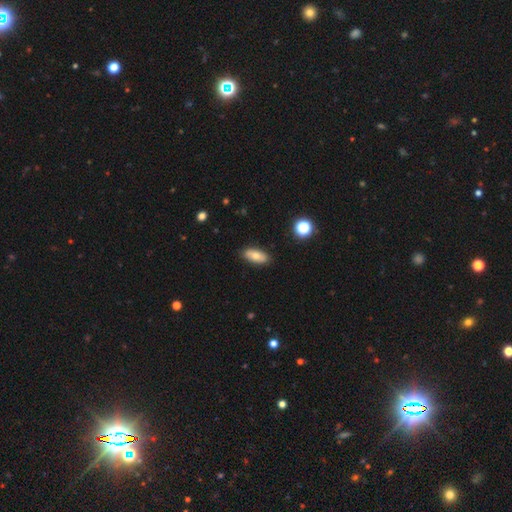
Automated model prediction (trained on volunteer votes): Smooth or featured? smooth (75%)
How rounded? in between (83%)
Merging? none (88%)